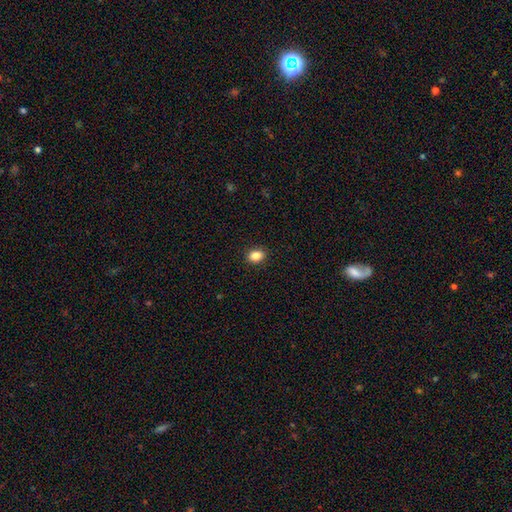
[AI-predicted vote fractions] A smooth galaxy with no disk features (86%) that is in between round and cigar-shaped (68%).

Vote fractions:
- Smooth or featured? smooth: 86% / star or artifact: 9% / featured or disk: 5%
- How rounded? in between: 68% / round: 31% / cigar-shaped: 1%
- Merging? none: 90% / minor disturbance: 7% / major disturbance: 2% / merger: 1%